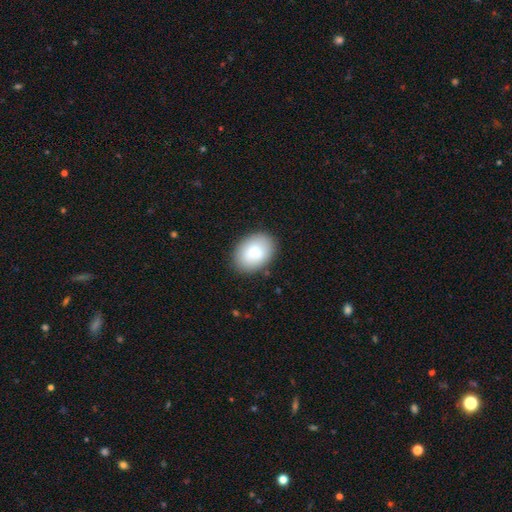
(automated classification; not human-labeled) This appears to be a smooth galaxy with no disk features (75%) that is in between round and cigar-shaped (78%). Merging: none (84%).